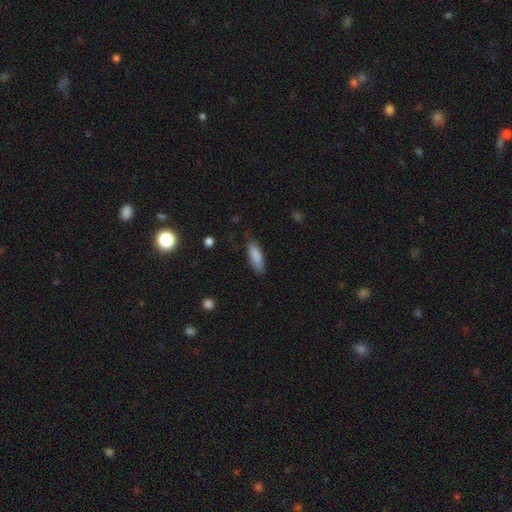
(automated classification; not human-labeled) A smooth galaxy with no disk features (86%) that is in between round and cigar-shaped (56%).

Vote fractions:
- Smooth or featured? smooth: 86% / featured or disk: 8% / star or artifact: 6%
- How rounded? in between: 56% / cigar-shaped: 43% / round: 2%
- Merging? none: 78% / minor disturbance: 17% / major disturbance: 3% / merger: 1%